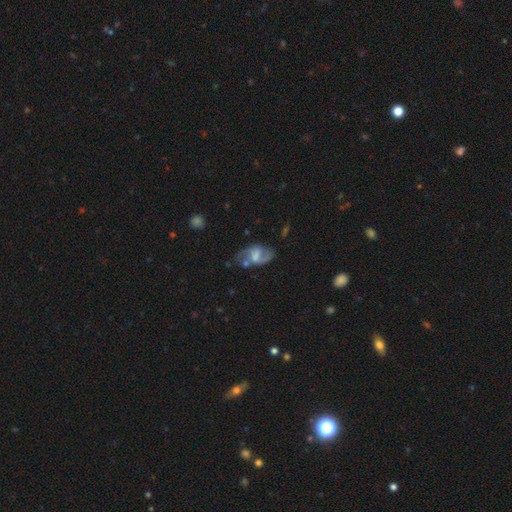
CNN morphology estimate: This is likely a featured or disk galaxy (70%). It is clearly not viewed edge-on (96%). Bar: possibly weak (52%). Spiral arm pattern: clearly yes (85%). Spiral arm count: clearly 2 (84%). Spiral winding: marginally medium (44%). Central bulge: marginally moderate (32%). Merging: likely none (60%).